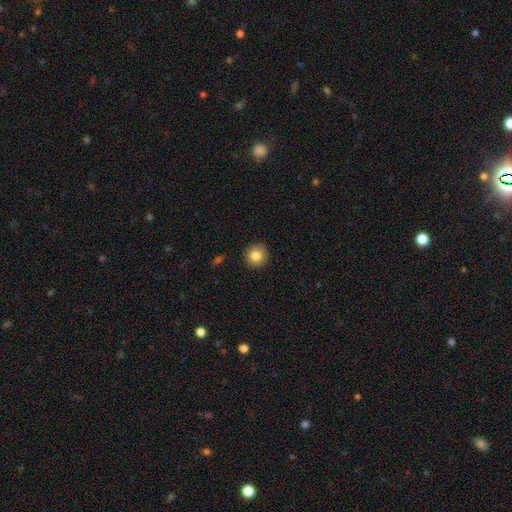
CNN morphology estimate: Smooth or featured? Predicted: smooth (p=0.83). How rounded? Predicted: round (p=0.94). Merging? Predicted: none (p=0.92).